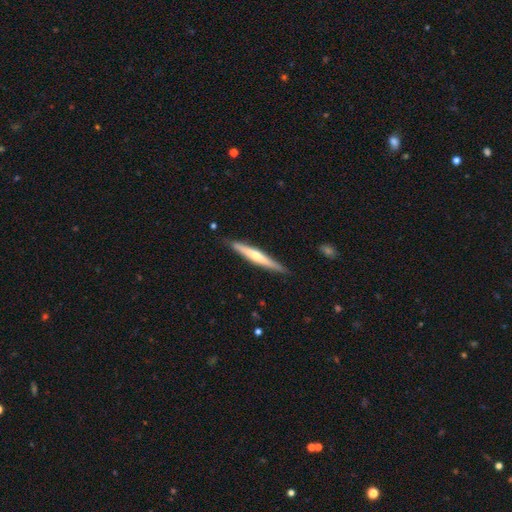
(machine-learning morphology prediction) Smooth or featured? featured or disk (57%)
Edge-on disk? yes (96%)
Edge-on bulge? rounded (68%)
Merging? none (87%)